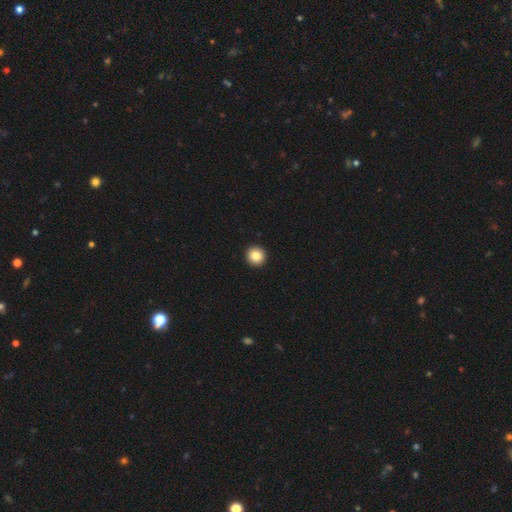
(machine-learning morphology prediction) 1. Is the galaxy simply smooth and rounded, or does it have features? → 85% smooth, 9% star or artifact, 5% featured or disk.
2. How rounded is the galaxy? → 95% round, 4% in between, 1% cigar-shaped.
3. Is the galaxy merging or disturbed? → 94% none, 3% minor disturbance, 1% major disturbance, 1% merger.